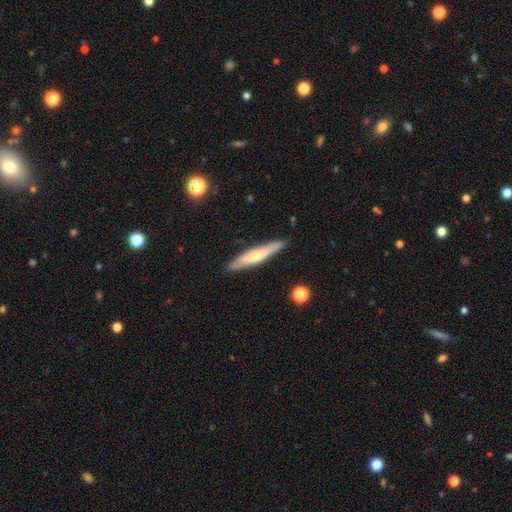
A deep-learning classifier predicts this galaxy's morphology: This appears to be a smooth galaxy with no disk features (52%) that is cigar-shaped (91%). Merging: none (87%).